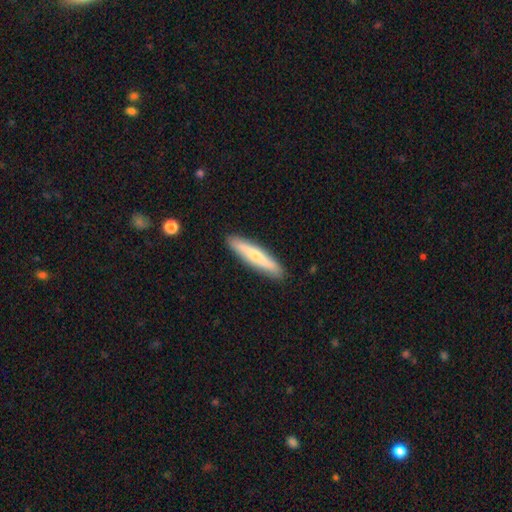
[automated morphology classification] Smooth or featured? smooth (54%)
How rounded? cigar-shaped (89%)
Merging? none (90%)